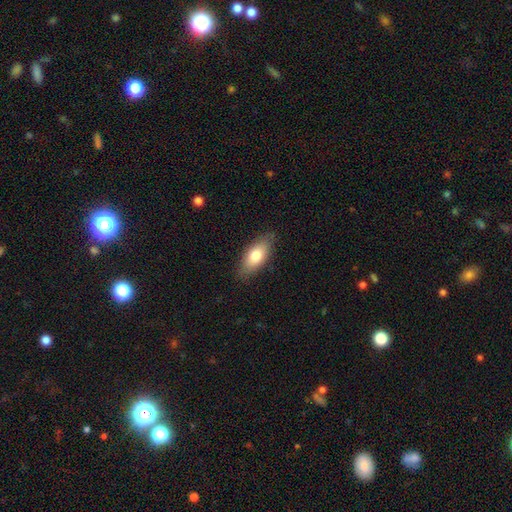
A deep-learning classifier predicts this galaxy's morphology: Smooth or featured? Predicted: smooth (p=0.76). How rounded? Predicted: in between (p=0.85). Merging? Predicted: none (p=0.83).